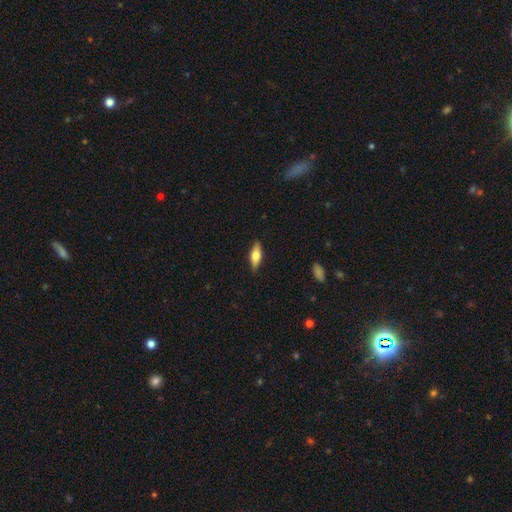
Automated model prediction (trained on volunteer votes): Q: Smooth or featured?
A: smooth (59%); runner-up: featured or disk (35%)
Q: How rounded?
A: in between (63%); runner-up: cigar-shaped (34%)
Q: Merging?
A: none (87%); runner-up: minor disturbance (10%)